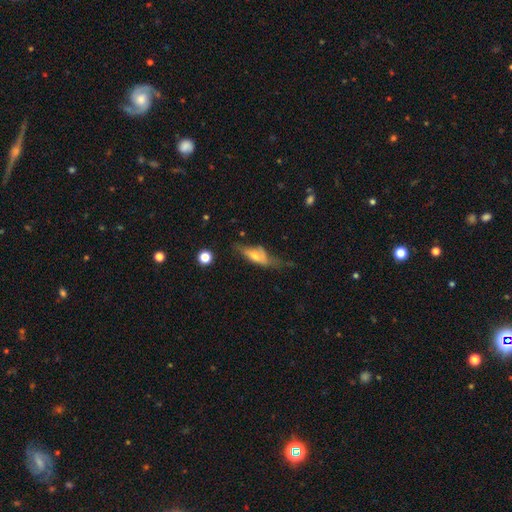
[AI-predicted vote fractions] smooth_or_featured: featured or disk (p=0.47) [alt: smooth p=0.44]
merging: none (p=0.36) [alt: minor disturbance p=0.32]